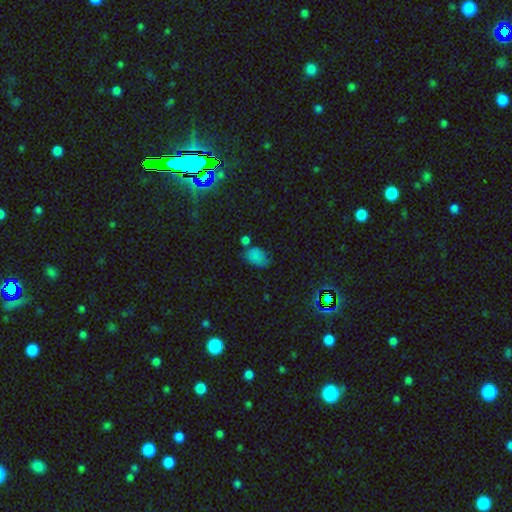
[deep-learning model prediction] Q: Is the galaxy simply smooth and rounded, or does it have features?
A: smooth — 71%.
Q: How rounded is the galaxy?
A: in between — 84%.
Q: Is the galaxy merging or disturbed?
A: none — 48%.